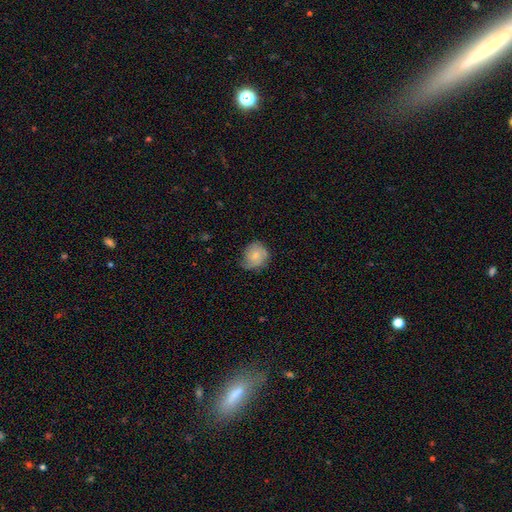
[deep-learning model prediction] This appears to be a smooth galaxy with no disk features (59%) that is round (78%). Merging: none (58%).